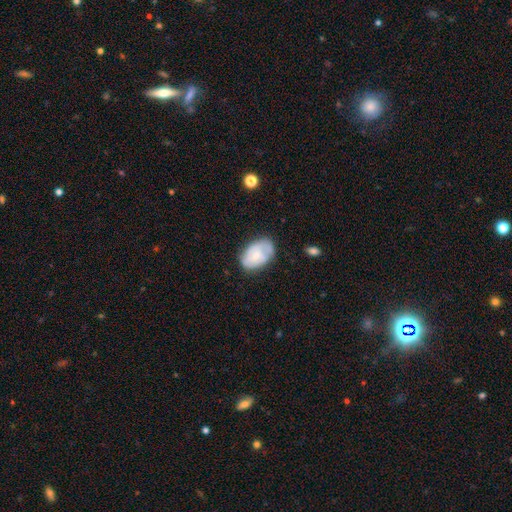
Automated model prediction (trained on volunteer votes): This appears to be a smooth galaxy with no disk features (51%) that is in between round and cigar-shaped (86%). Merging: none (56%).